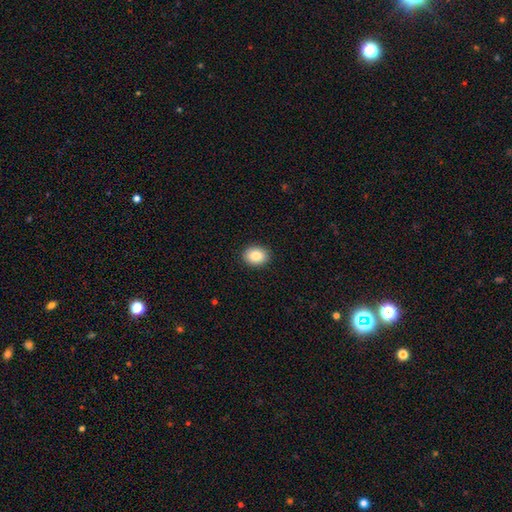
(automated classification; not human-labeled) Smooth or featured: smooth — 87% (star or artifact — 8%)
How rounded: in between — 54% (round — 45%)
Merging: none — 90% (minor disturbance — 7%)